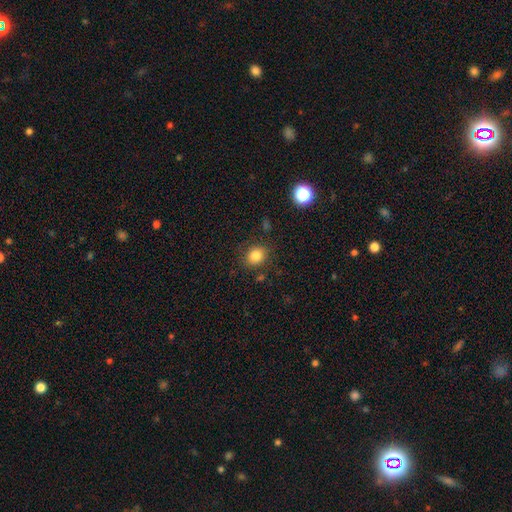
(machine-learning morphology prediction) type=smooth (82%); roundness=round (69%); merging=none (83%).